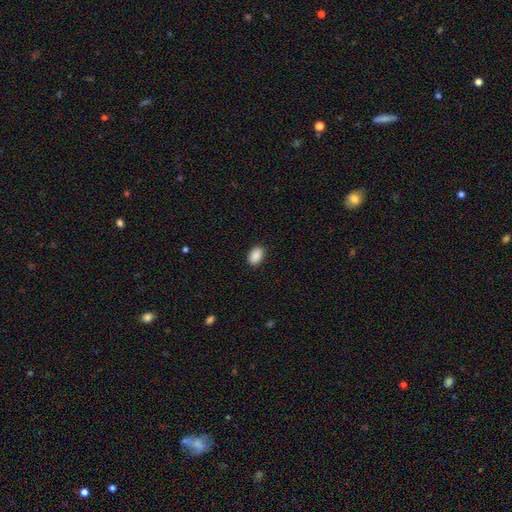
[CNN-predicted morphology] smooth 90%, star or artifact 7%, featured or disk 3%. Down the decision tree: how rounded — in between (88%); merging — none (89%).